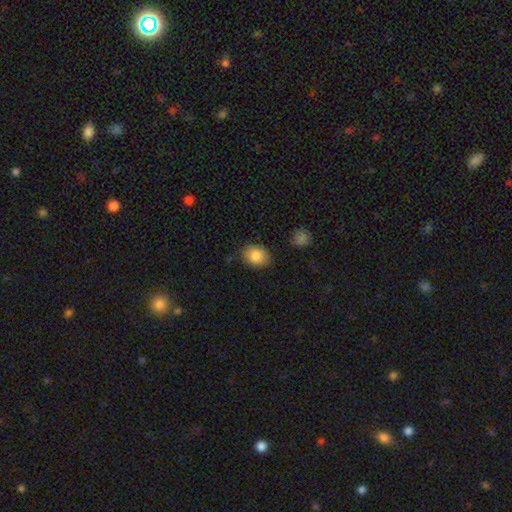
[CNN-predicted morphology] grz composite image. It shows a smooth galaxy with no disk features (86%) that is in between round and cigar-shaped (60%). Merging: none (82%).